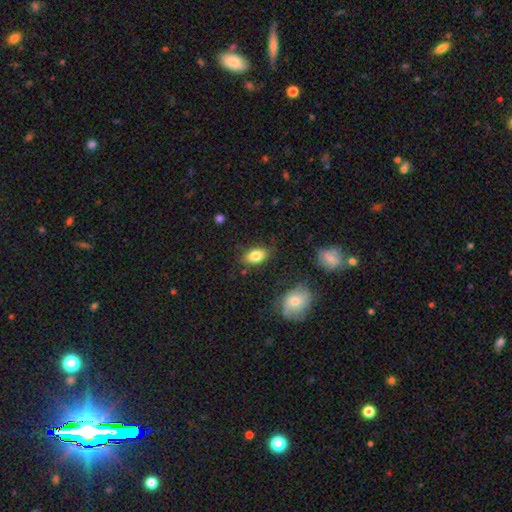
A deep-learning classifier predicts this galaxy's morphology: smooth_or_featured: smooth (p=0.84) [alt: star or artifact p=0.08]
how_rounded: in between (p=0.87) [alt: round p=0.11]
merging: none (p=0.82) [alt: minor disturbance p=0.13]